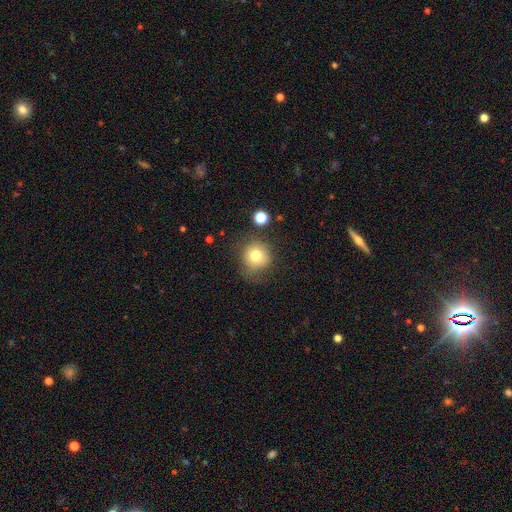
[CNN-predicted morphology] Smooth or featured?
  - smooth: 76% *
  - featured or disk: 12%
  - star or artifact: 12%
How rounded?
  - round: 89% *
  - in between: 10%
  - cigar-shaped: 1%
Merging?
  - none: 64% *
  - minor disturbance: 22%
  - major disturbance: 10%
  - merger: 4%